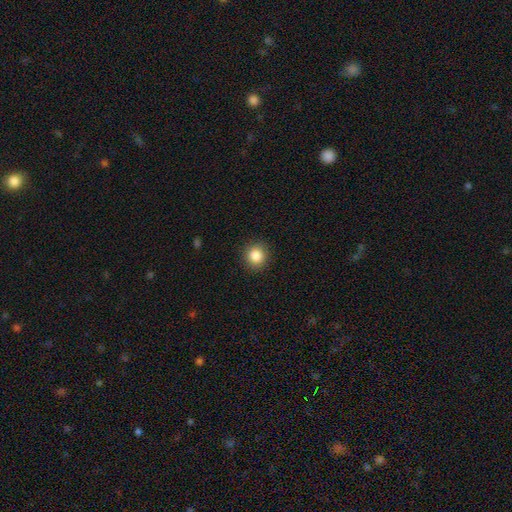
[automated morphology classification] This appears to be a smooth galaxy with no disk features (86%) that is round (90%). Merging: none (90%).